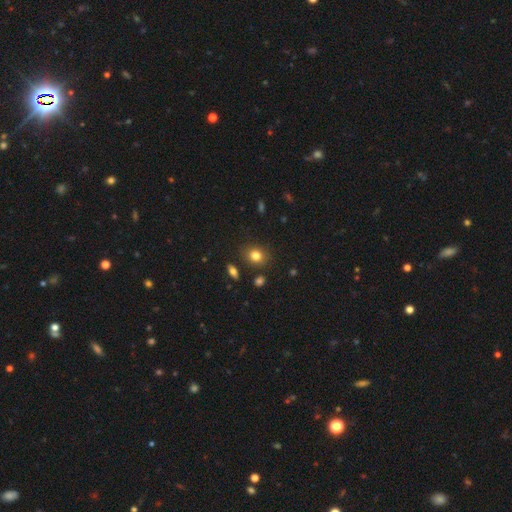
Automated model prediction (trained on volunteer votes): This appears to be a smooth galaxy with no disk features (81%) that is round (61%). Merging: none (84%).